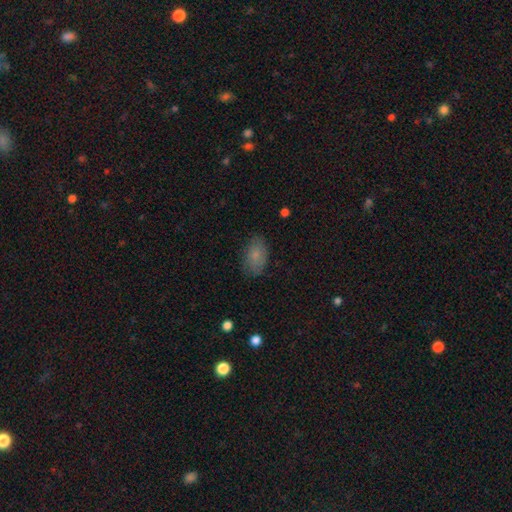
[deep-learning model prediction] Smooth or featured? Predicted: smooth (p=0.78). How rounded? Predicted: in between (p=0.90). Merging? Predicted: none (p=0.79).